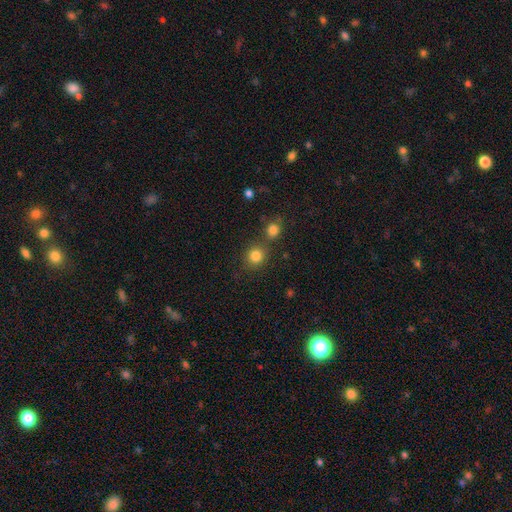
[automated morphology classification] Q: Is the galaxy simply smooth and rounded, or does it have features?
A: smooth — 83%.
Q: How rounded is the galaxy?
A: round — 86%.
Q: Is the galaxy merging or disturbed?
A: none — 72%.